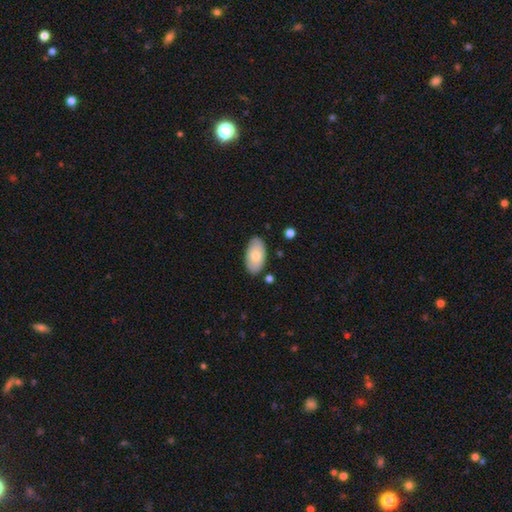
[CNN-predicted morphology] A smooth galaxy with no disk features (73%) that is in between round and cigar-shaped (95%).

Vote fractions:
- Smooth or featured? smooth: 73% / featured or disk: 21% / star or artifact: 6%
- How rounded? in between: 95% / round: 3% / cigar-shaped: 2%
- Merging? none: 85% / minor disturbance: 11% / merger: 2% / major disturbance: 2%